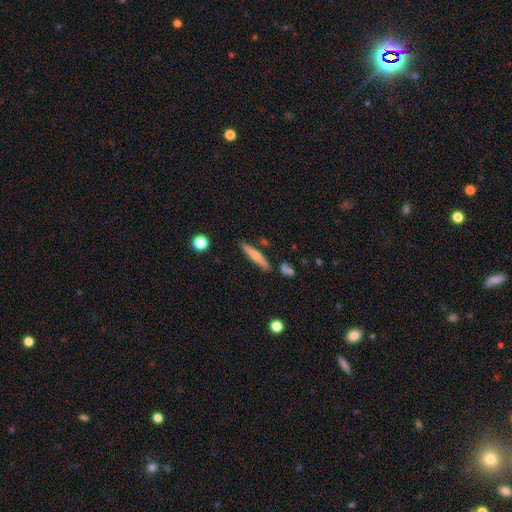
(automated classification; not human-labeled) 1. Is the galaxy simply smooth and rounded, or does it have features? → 61% smooth, 33% featured or disk, 7% star or artifact.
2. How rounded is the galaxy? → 91% cigar-shaped, 8% in between, 2% round.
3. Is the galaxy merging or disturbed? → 80% none, 12% minor disturbance, 5% merger, 3% major disturbance.